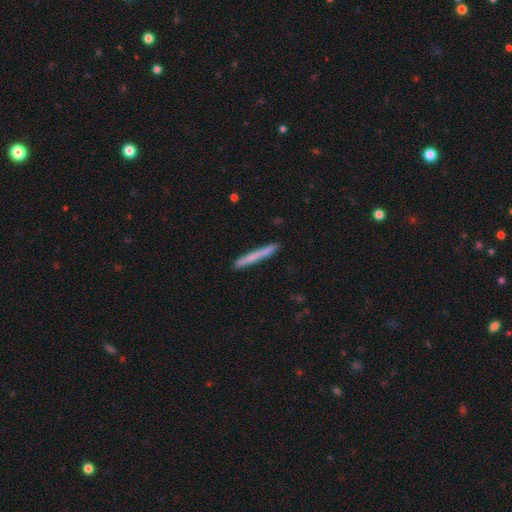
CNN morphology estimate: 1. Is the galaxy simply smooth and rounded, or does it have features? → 67% smooth, 28% featured or disk, 6% star or artifact.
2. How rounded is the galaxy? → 97% cigar-shaped, 2% in between, 1% round.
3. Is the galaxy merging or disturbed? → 90% none, 8% minor disturbance, 1% major disturbance, 1% merger.